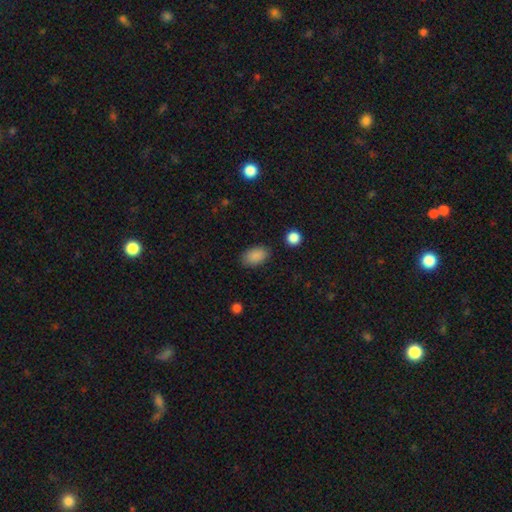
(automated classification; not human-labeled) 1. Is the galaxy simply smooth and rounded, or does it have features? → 88% smooth, 8% star or artifact, 4% featured or disk.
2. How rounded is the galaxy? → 91% in between, 7% round, 1% cigar-shaped.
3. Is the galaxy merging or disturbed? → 85% none, 10% minor disturbance, 3% major disturbance, 2% merger.